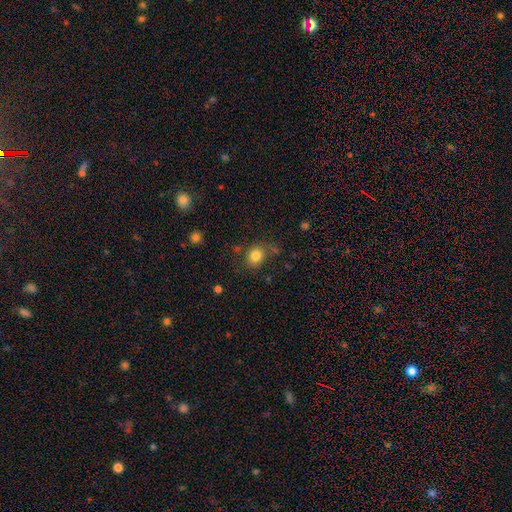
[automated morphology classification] Smooth or featured? Predicted: smooth (p=0.82). How rounded? Predicted: round (p=0.62). Merging? Predicted: none (p=0.73).